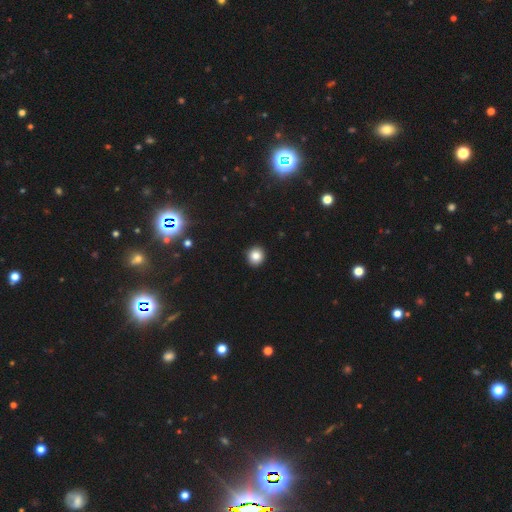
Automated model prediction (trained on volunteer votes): Smooth or featured? Predicted: smooth (p=0.84). How rounded? Predicted: round (p=0.92). Merging? Predicted: none (p=0.93).